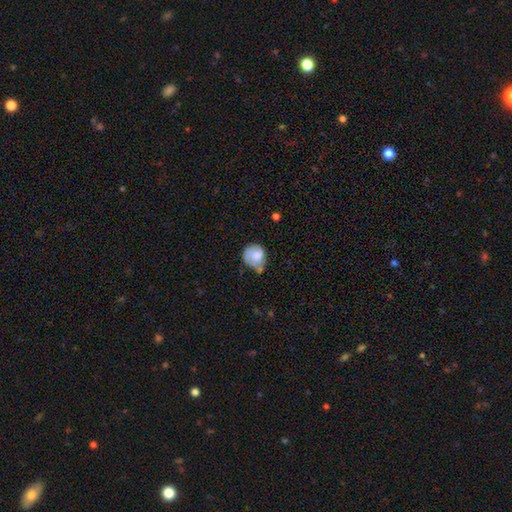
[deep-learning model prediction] smooth-or-featured: smooth: 49% | featured or disk: 44% | star or artifact: 7%
  merging: none: 46% | minor disturbance: 31% | major disturbance: 15% | merger: 8%